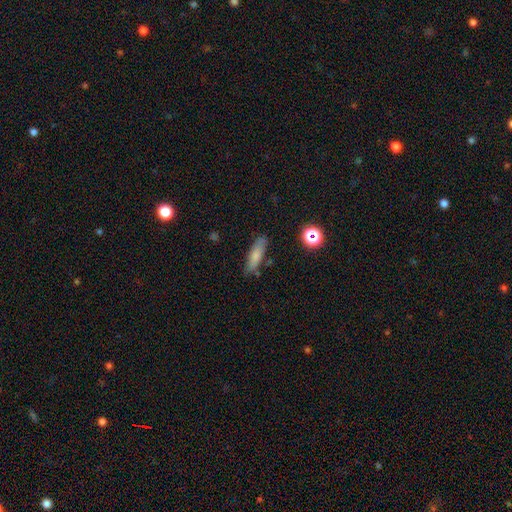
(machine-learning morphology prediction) Smooth or featured? Predicted: smooth (p=0.75). How rounded? Predicted: cigar-shaped (p=0.57). Merging? Predicted: none (p=0.75).